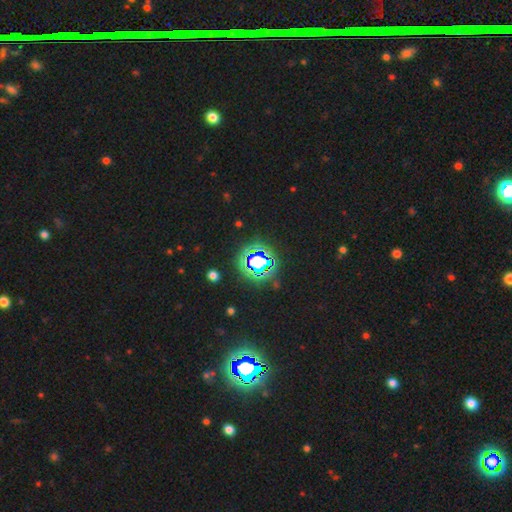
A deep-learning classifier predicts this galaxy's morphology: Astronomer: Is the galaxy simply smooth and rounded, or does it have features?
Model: star or artifact — 72%.